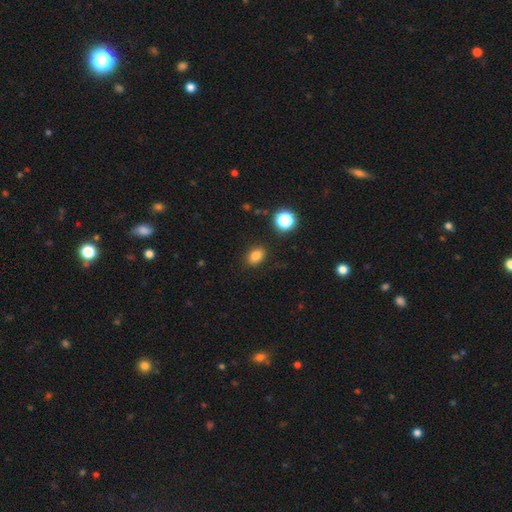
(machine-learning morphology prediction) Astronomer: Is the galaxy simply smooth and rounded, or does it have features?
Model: smooth — 82%.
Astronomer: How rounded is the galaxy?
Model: in between — 74%.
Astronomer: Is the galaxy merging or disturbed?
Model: none — 87%.